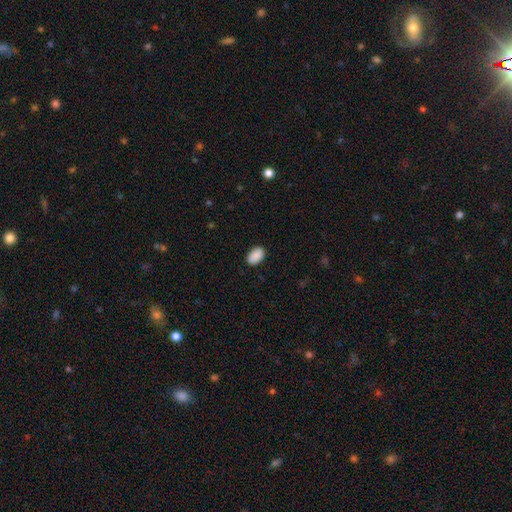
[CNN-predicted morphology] Overall: smooth (90%). How rounded: in between (92%). Merging: none (87%).